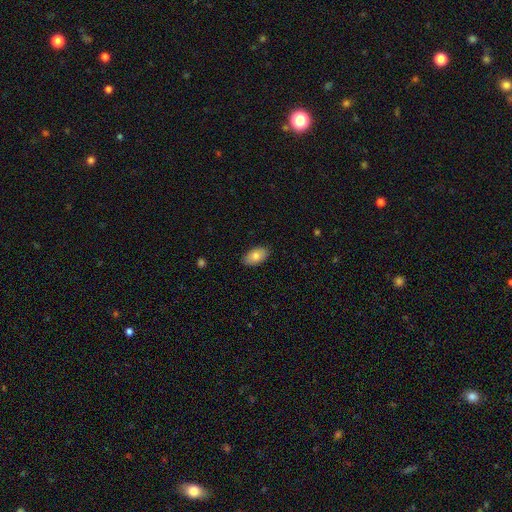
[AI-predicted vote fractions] A smooth galaxy with no disk features (80%) that is in between round and cigar-shaped (94%). Merging: none (88%).